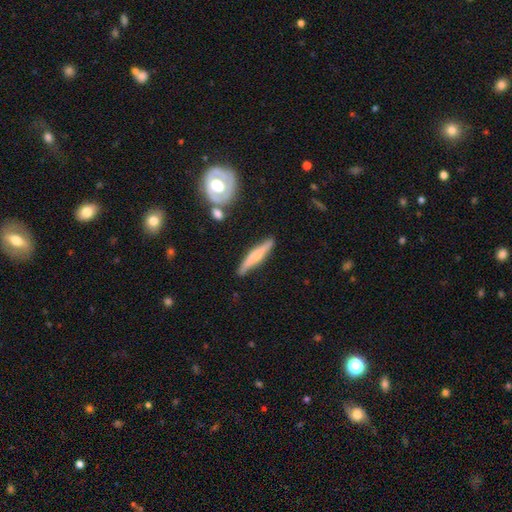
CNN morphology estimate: Q: Smooth or featured?
A: featured or disk (52%); runner-up: smooth (43%)
Q: Edge-on disk?
A: yes (93%); runner-up: no (7%)
Q: Merging?
A: none (82%); runner-up: minor disturbance (12%)